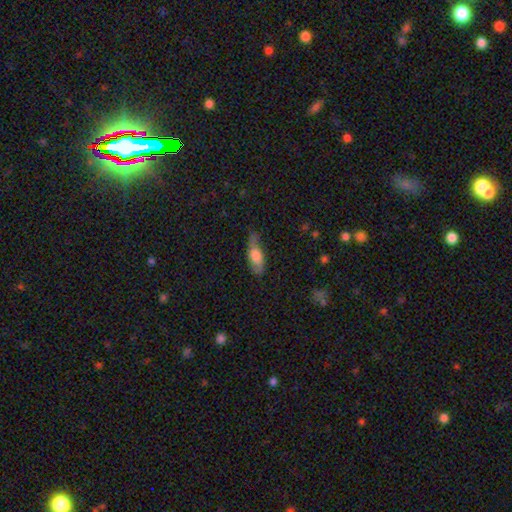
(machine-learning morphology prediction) Overall: smooth (65%; featured or disk 28%). How rounded: in between (63%; cigar-shaped 34%). Merging: none (60%; minor disturbance 30%).